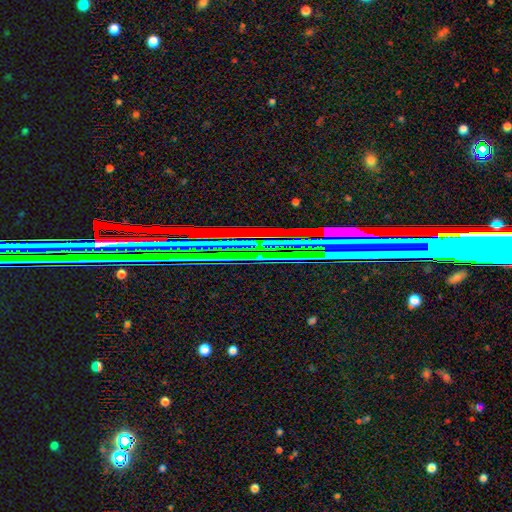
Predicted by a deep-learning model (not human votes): Overall: star or artifact (75%).